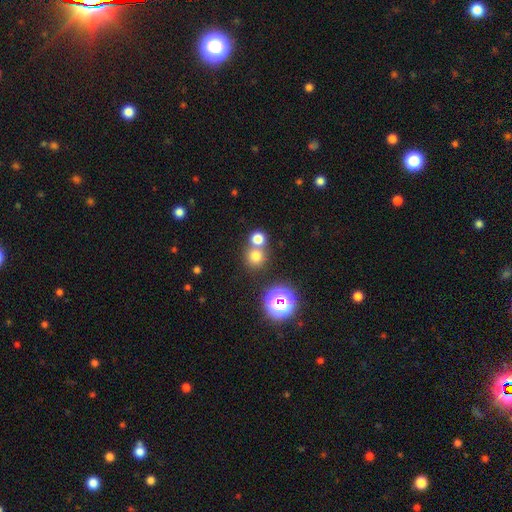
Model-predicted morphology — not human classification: smooth-or-featured: smooth: 71% | star or artifact: 21% | featured or disk: 8%
  how-rounded: round: 90% | in between: 9% | cigar-shaped: 1%
  merging: none: 60% | merger: 31% | minor disturbance: 6% | major disturbance: 3%